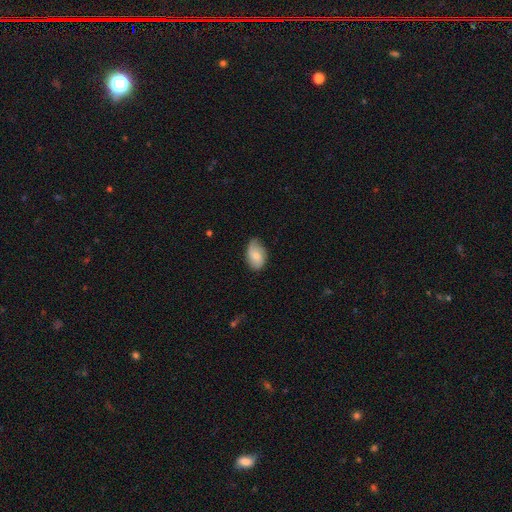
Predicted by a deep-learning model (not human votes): smooth 70%, featured or disk 23%, star or artifact 7%. Down the decision tree: how rounded — in between (89%); merging — none (65%).